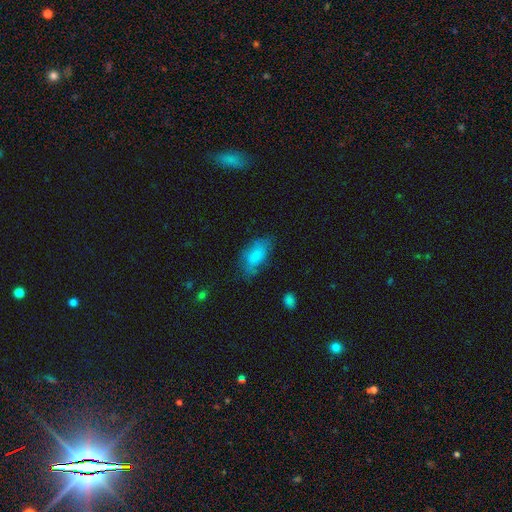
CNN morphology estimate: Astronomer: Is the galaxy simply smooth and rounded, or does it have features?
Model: smooth — 76%.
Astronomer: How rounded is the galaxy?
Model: in between — 92%.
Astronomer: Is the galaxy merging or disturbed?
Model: none — 56%.